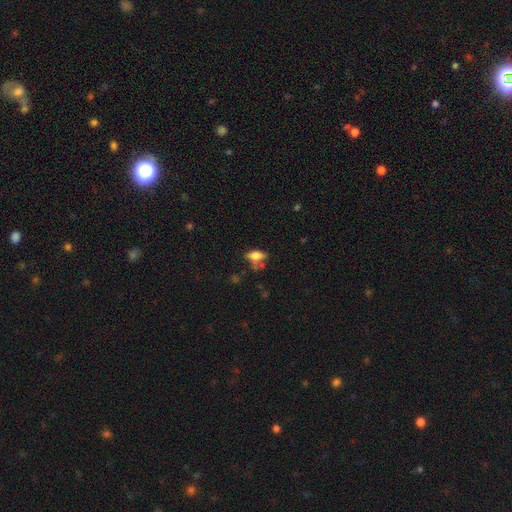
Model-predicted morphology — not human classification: Smooth or featured?
  - smooth: 62% *
  - featured or disk: 26%
  - star or artifact: 11%
How rounded?
  - in between: 78% *
  - cigar-shaped: 14%
  - round: 8%
Merging?
  - none: 45% *
  - minor disturbance: 25%
  - major disturbance: 16%
  - merger: 14%